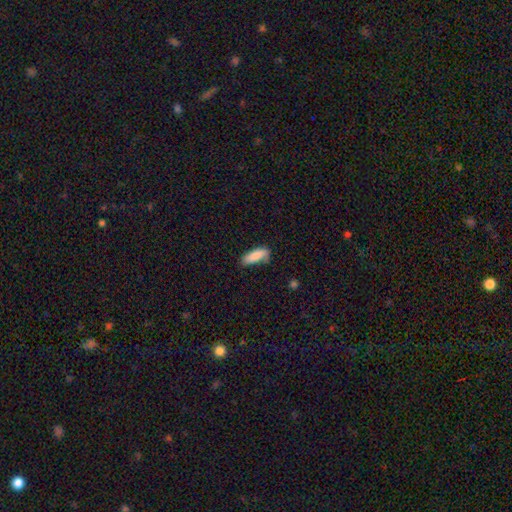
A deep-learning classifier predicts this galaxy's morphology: Q: Smooth or featured?
A: smooth (85%); runner-up: featured or disk (9%)
Q: How rounded?
A: in between (65%); runner-up: cigar-shaped (33%)
Q: Merging?
A: none (56%); runner-up: minor disturbance (31%)